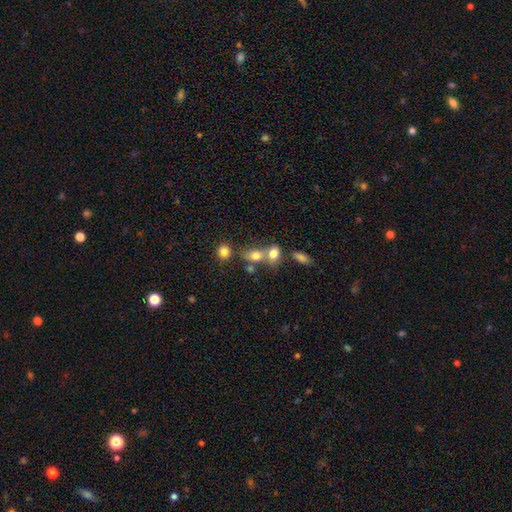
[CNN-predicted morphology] The model was most divided on "merging": merger: 51%, none: 34%, minor disturbance: 10%, major disturbance: 5%. More confident: smooth or featured — smooth (75%); how rounded — in between (60%).